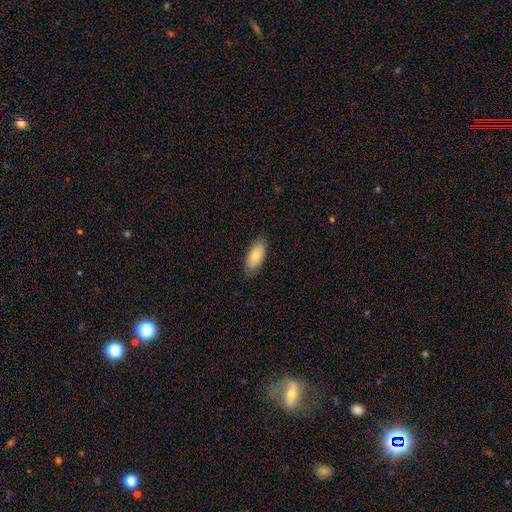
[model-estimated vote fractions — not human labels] Smooth or featured?
  - smooth: 75% *
  - featured or disk: 19%
  - star or artifact: 6%
How rounded?
  - in between: 91% *
  - cigar-shaped: 6%
  - round: 3%
Merging?
  - none: 83% *
  - minor disturbance: 14%
  - major disturbance: 2%
  - merger: 1%